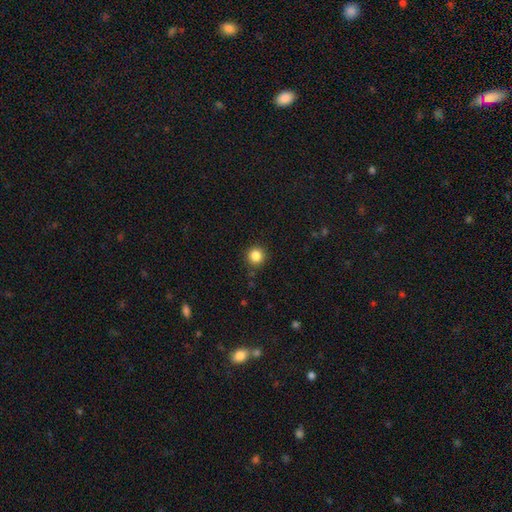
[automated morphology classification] Smooth or featured? smooth (84%)
How rounded? round (94%)
Merging? none (89%)